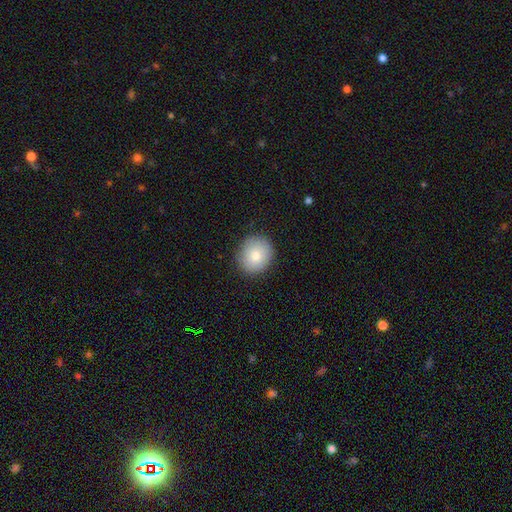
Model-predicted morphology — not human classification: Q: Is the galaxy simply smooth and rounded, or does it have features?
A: smooth — 81%.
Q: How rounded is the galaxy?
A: round — 80%.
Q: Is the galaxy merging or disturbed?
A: none — 88%.